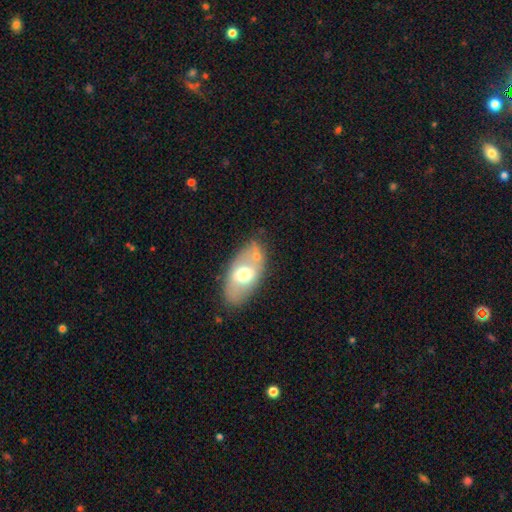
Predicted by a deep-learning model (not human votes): A smooth galaxy with no disk features (55%) that is in between round and cigar-shaped (89%). Merging: none (69%).